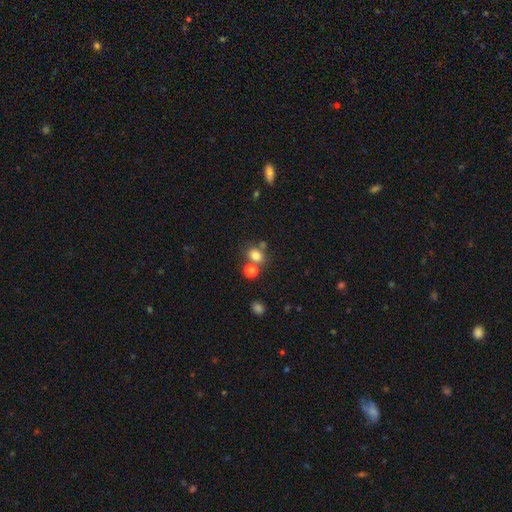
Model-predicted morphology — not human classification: smooth-or-featured: smooth: 77% | star or artifact: 15% | featured or disk: 8%
  how-rounded: round: 57% | in between: 42% | cigar-shaped: 1%
  merging: none: 61% | merger: 24% | minor disturbance: 11% | major disturbance: 5%